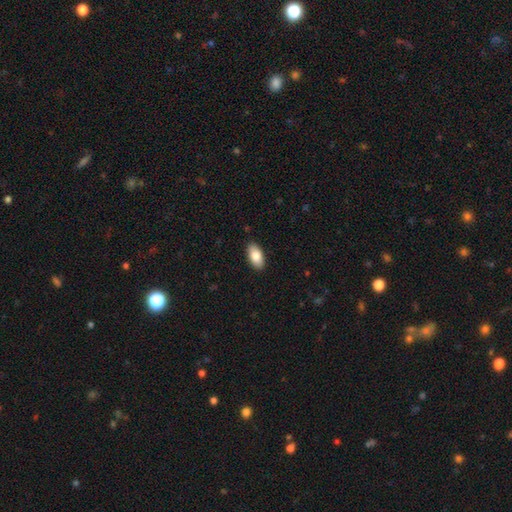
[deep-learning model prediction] Smooth or featured?
  - smooth: 82% *
  - featured or disk: 12%
  - star or artifact: 6%
How rounded?
  - in between: 94% *
  - cigar-shaped: 3%
  - round: 3%
Merging?
  - none: 89% *
  - minor disturbance: 8%
  - major disturbance: 2%
  - merger: 1%